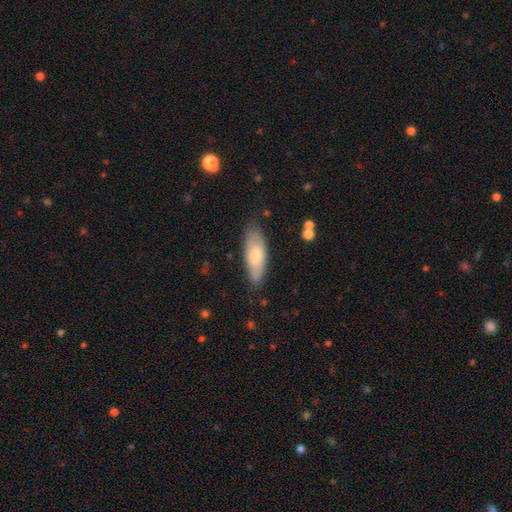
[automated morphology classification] Smooth or featured: smooth — 72% (featured or disk — 22%)
How rounded: in between — 69% (cigar-shaped — 29%)
Merging: none — 74% (minor disturbance — 20%)